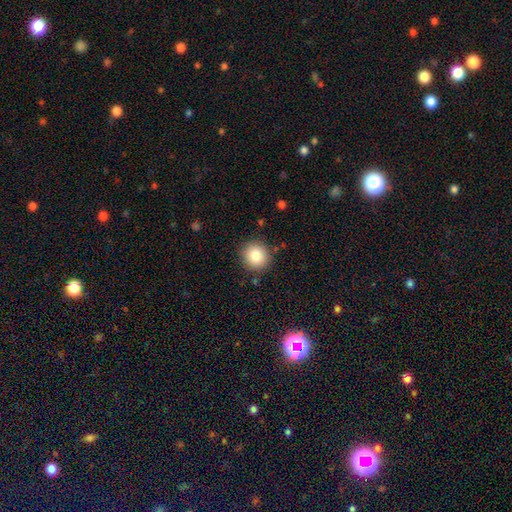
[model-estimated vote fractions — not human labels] Smooth or featured? smooth (84%)
How rounded? round (92%)
Merging? none (88%)